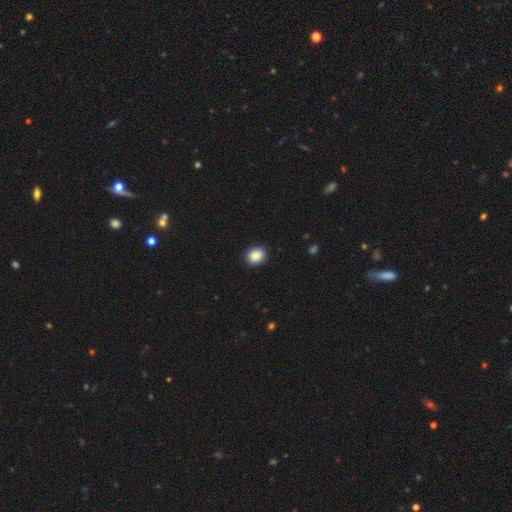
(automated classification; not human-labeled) A smooth galaxy with no disk features (88%) that is round (59%).

Vote fractions:
- Smooth or featured? smooth: 88% / star or artifact: 8% / featured or disk: 4%
- How rounded? round: 59% / in between: 40% / cigar-shaped: 1%
- Merging? none: 91% / minor disturbance: 6% / major disturbance: 2% / merger: 1%